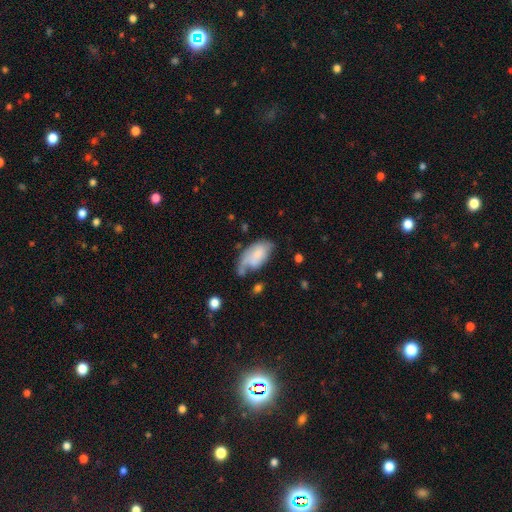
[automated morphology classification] This appears to be a smooth galaxy with no disk features (64%) that is in between round and cigar-shaped (93%). Merging: minor disturbance (32%).